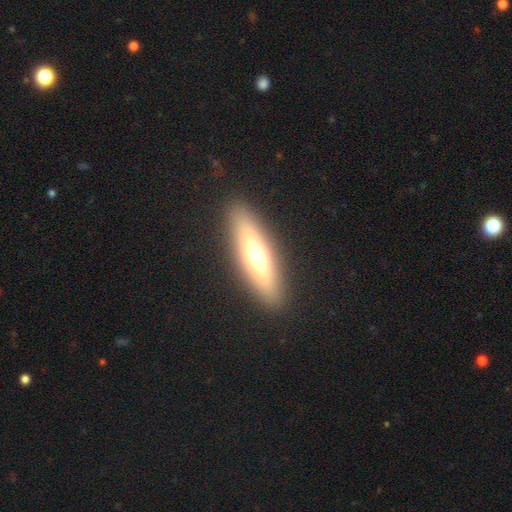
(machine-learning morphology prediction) smooth_or_featured: smooth (p=0.51) [alt: featured or disk p=0.42]
how_rounded: cigar-shaped (p=0.64) [alt: in between p=0.33]
merging: none (p=0.89) [alt: minor disturbance p=0.07]